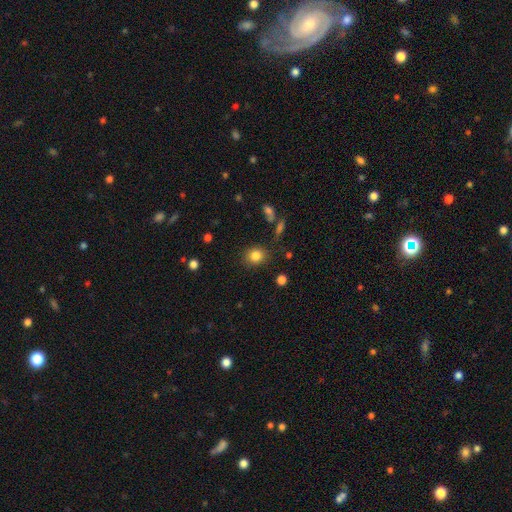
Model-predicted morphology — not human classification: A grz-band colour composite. It shows a smooth galaxy with no disk features (83%) that is round (74%). Merging: none (85%).